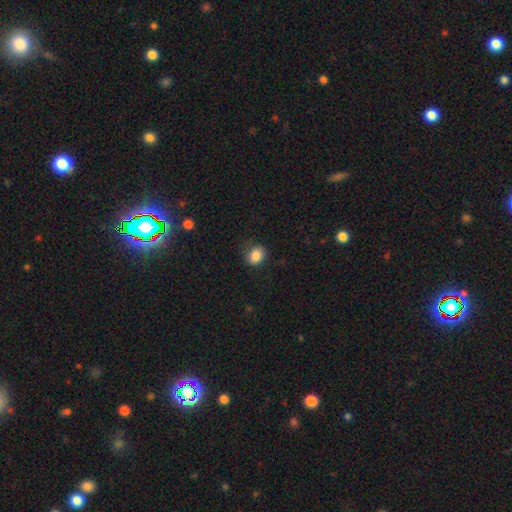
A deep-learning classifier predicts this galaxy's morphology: smooth_or_featured: smooth (p=0.86) [alt: star or artifact p=0.09]
how_rounded: round (p=0.51) [alt: in between p=0.48]
merging: none (p=0.73) [alt: minor disturbance p=0.20]